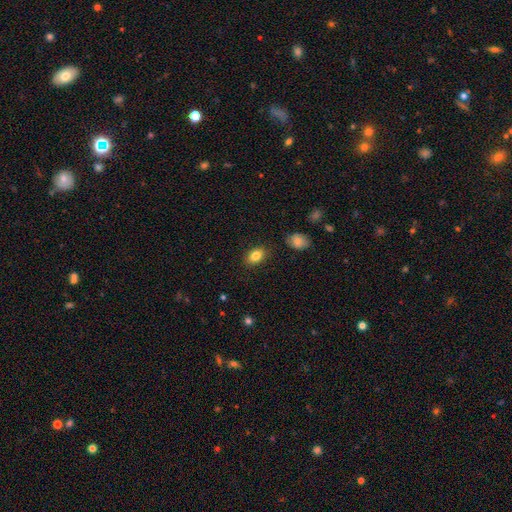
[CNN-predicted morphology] Smooth or featured: smooth — 83% (star or artifact — 9%)
How rounded: in between — 84% (round — 14%)
Merging: none — 86% (minor disturbance — 10%)